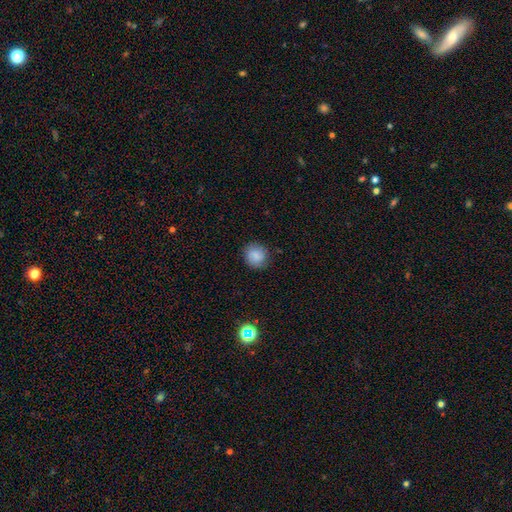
A smooth galaxy with no disk features (78%) that is round (76%). Merging: none (86%).